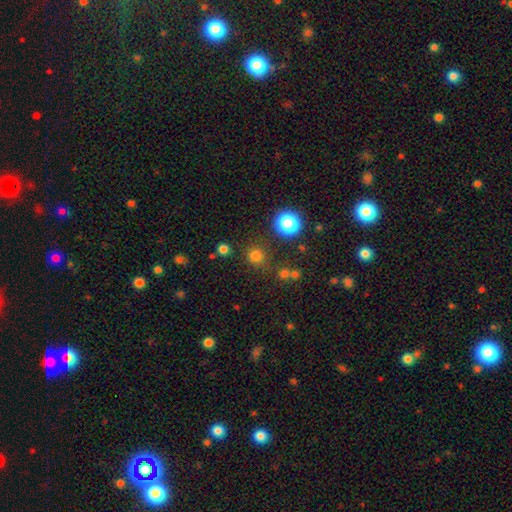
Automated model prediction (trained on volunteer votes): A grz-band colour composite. It shows a smooth galaxy with no disk features (75%) that is round (92%). Merging: none (83%).